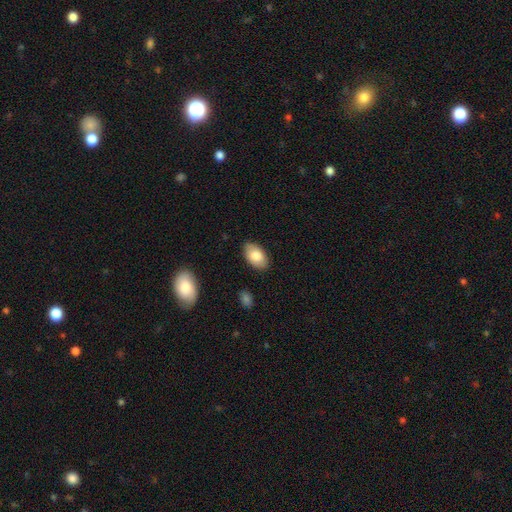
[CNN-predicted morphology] Overall: smooth (83%). How rounded: in between (94%). Merging: none (86%).